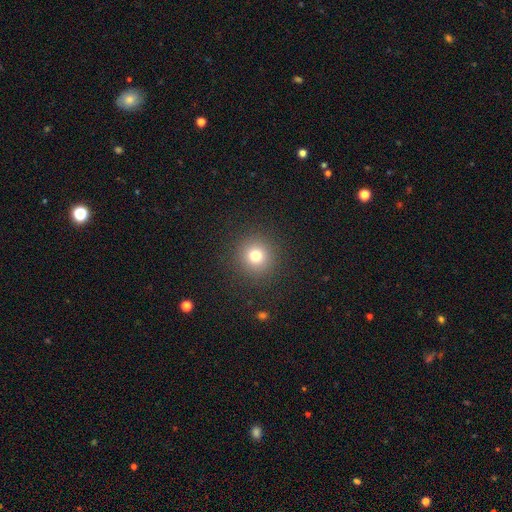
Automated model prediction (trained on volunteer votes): smooth-or-featured: smooth: 77% | star or artifact: 15% | featured or disk: 8%
  how-rounded: round: 95% | in between: 4% | cigar-shaped: 1%
  merging: none: 91% | minor disturbance: 5% | major disturbance: 3% | merger: 1%